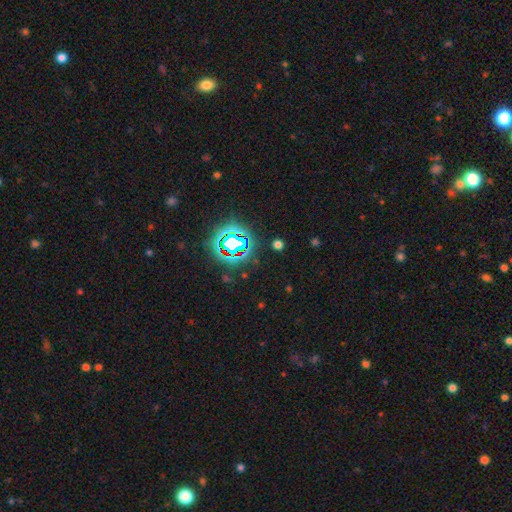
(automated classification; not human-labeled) A star or artifact, not a galaxy (78%).